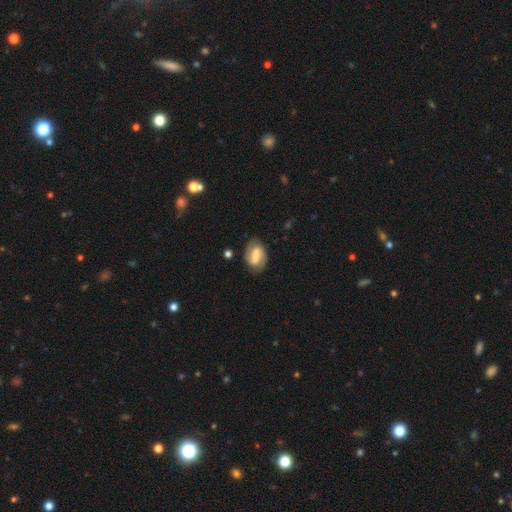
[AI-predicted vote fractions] A featured or disk galaxy (66%) with a strong bar (45%), 2 (86%) medium (44%) spiral arms (86%) and a moderate central bulge (45%). Merging: none (80%).